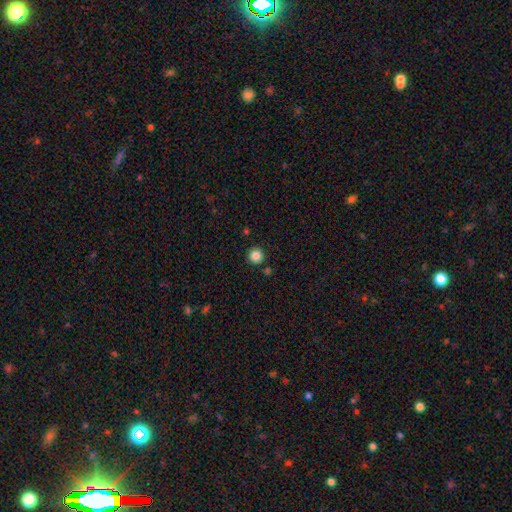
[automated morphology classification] The model was most divided on "smooth or featured": smooth: 86%, star or artifact: 11%, featured or disk: 4%. More confident: how rounded — round (96%); merging — none (91%).